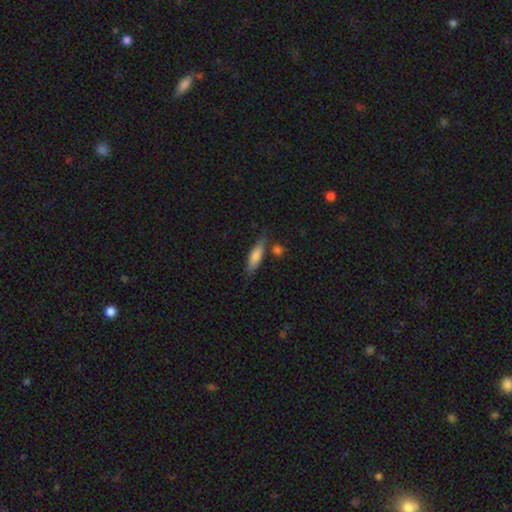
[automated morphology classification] Smooth or featured?
  - smooth: 71% *
  - featured or disk: 22%
  - star or artifact: 7%
How rounded?
  - cigar-shaped: 64% *
  - in between: 34%
  - round: 2%
Merging?
  - none: 72% *
  - minor disturbance: 16%
  - merger: 8%
  - major disturbance: 4%